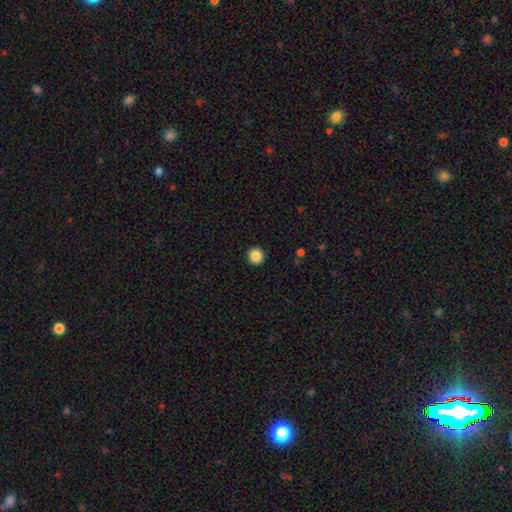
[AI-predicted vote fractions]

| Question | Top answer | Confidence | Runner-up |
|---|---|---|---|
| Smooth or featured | smooth | 87% | star or artifact (9%) |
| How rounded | round | 94% | in between (5%) |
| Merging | none | 93% | minor disturbance (5%) |